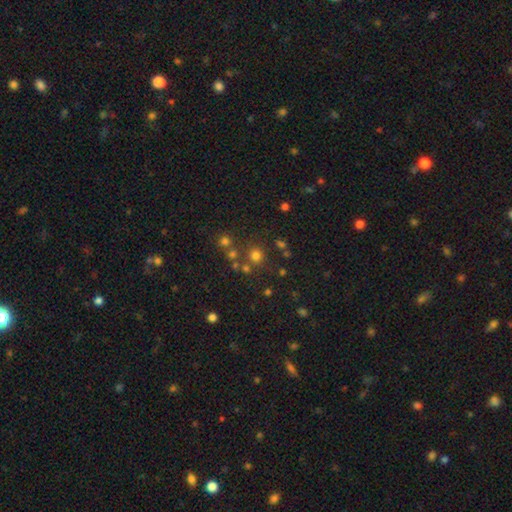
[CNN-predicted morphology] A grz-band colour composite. It shows a smooth galaxy with no disk features (70%) that is round (91%). Merging: none (76%).